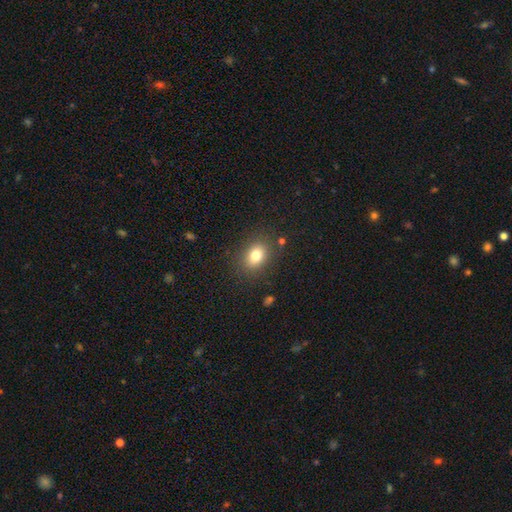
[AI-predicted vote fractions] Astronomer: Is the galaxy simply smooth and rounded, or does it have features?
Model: smooth — 79%.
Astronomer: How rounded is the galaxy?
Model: in between — 64%.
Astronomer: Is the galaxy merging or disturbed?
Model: none — 84%.